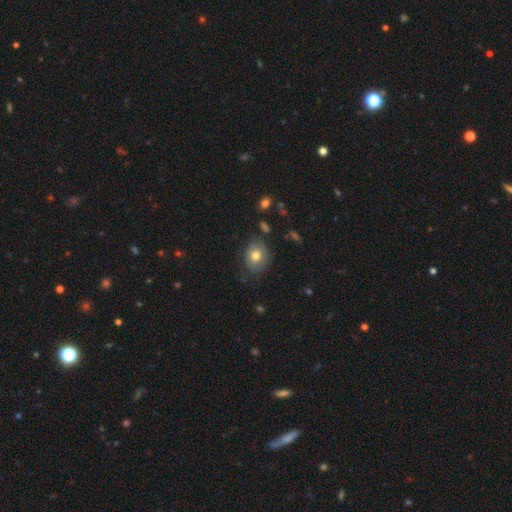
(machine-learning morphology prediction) Overall: smooth (73%). How rounded: round (57%; in between 42%). Merging: none (75%).